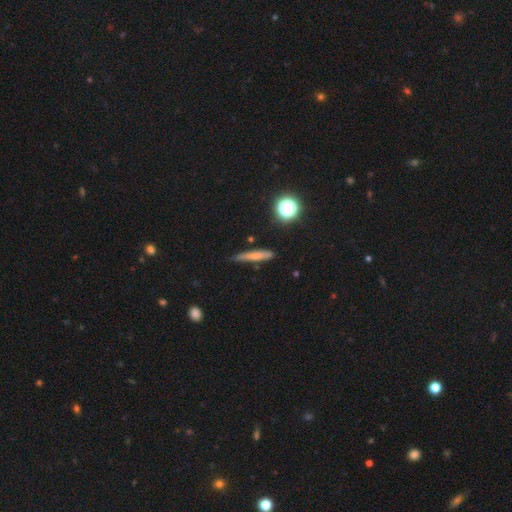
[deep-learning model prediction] The model was most divided on "smooth or featured": smooth: 64%, featured or disk: 23%, star or artifact: 12%. More confident: how rounded — cigar-shaped (86%); merging — none (70%).